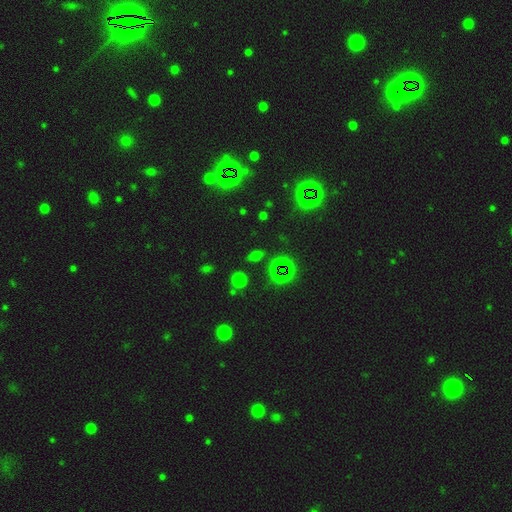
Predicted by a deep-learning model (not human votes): Smooth or featured? smooth (51%)
How rounded? in between (57%)
Merging? none (81%)